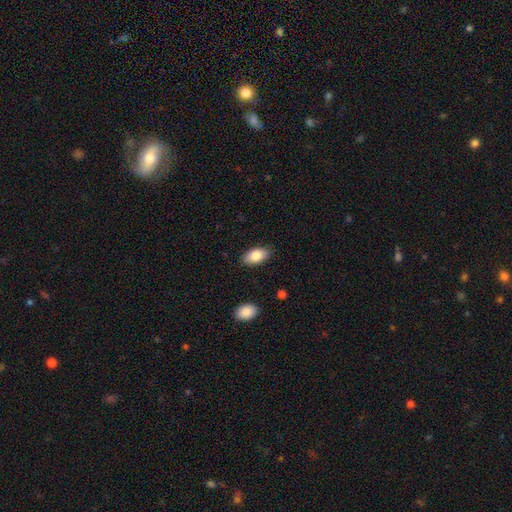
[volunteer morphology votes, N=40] Smooth or featured? smooth (90%)
How rounded? in between (100%)
Merging? none (89%)